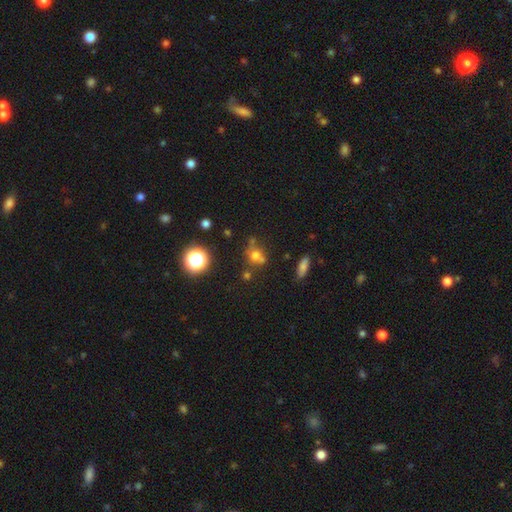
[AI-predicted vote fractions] A smooth galaxy with no disk features (61%) that is round (74%). Merging: none (50%).